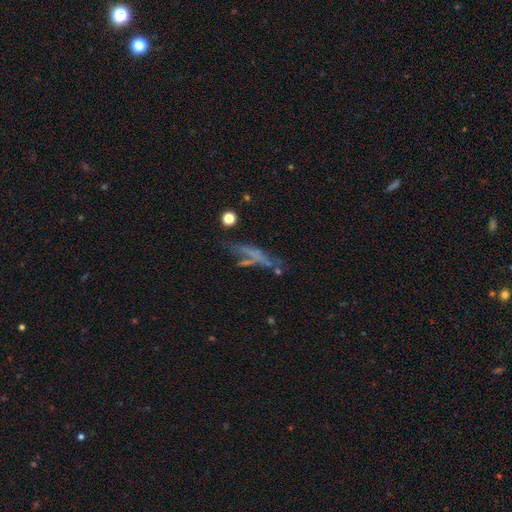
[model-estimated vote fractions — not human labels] Smooth or featured? Predicted: featured or disk (p=0.43). Merging? Predicted: none (p=0.42).